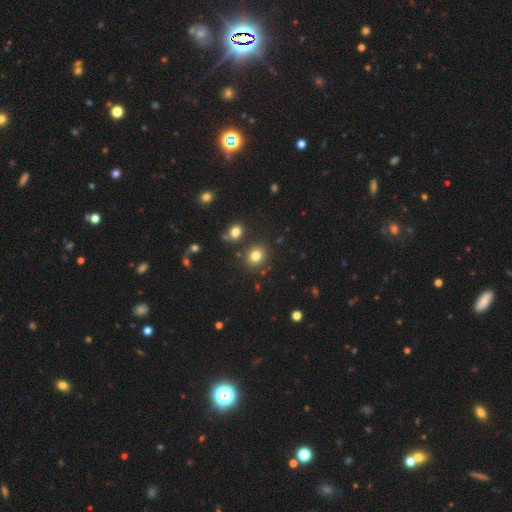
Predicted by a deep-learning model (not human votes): smooth_or_featured: smooth (p=0.80) [alt: star or artifact p=0.13]
how_rounded: round (p=0.71) [alt: in between p=0.28]
merging: none (p=0.83) [alt: minor disturbance p=0.09]